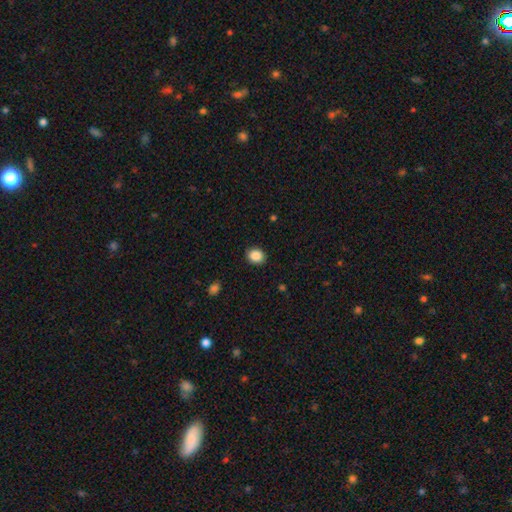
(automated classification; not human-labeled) Smooth or featured: smooth — 88% (star or artifact — 9%)
How rounded: round — 63% (in between — 36%)
Merging: none — 90% (minor disturbance — 7%)